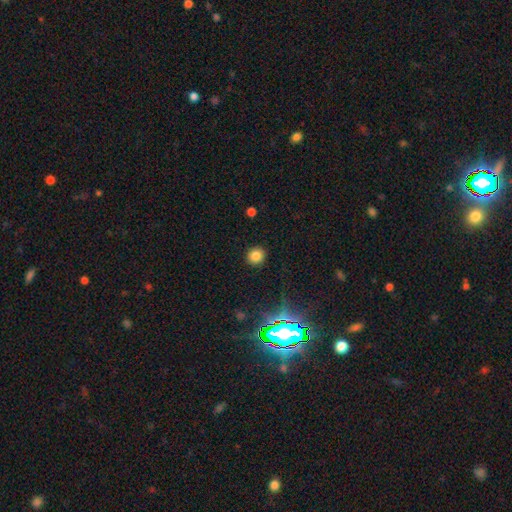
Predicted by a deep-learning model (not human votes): This appears to be a smooth galaxy with no disk features (79%) that is round (85%). Merging: none (90%).